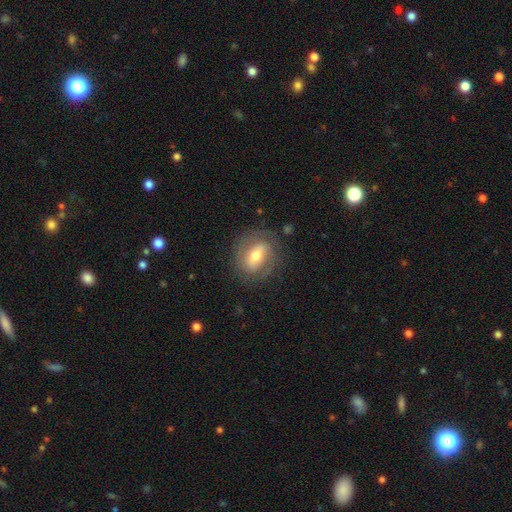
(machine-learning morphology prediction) Smooth or featured? Predicted: featured or disk (p=0.61). Edge-on disk? Predicted: no (p=0.93). Bar? Predicted: strong (p=0.39). Spiral arms? Predicted: yes (p=0.66). Bulge size? Predicted: moderate (p=0.67). Merging? Predicted: none (p=0.75).